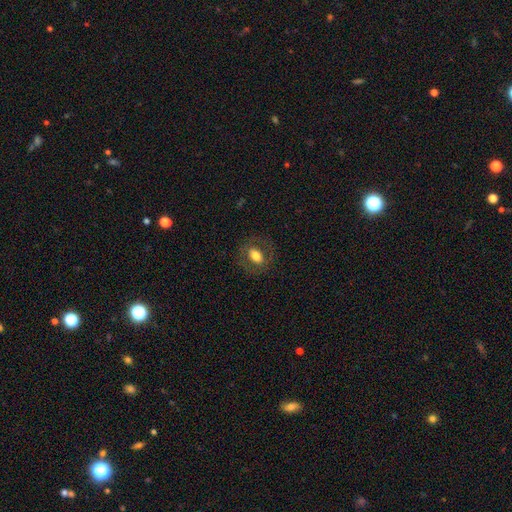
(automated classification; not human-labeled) This is likely a smooth galaxy (65%). How rounded: likely in between (69%). Merging: likely none (80%).